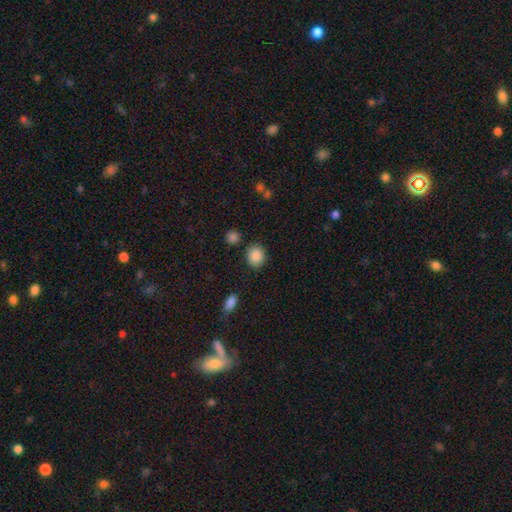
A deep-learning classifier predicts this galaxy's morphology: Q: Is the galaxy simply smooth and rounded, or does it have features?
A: smooth — 88%.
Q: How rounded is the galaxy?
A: round — 60%.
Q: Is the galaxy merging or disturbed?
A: none — 83%.